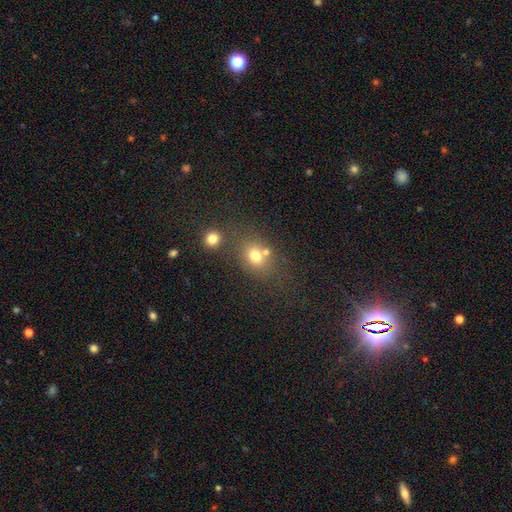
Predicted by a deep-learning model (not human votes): smooth 72%, star or artifact 15%, featured or disk 13%. Down the decision tree: how rounded — in between (51%); merging — none (57%).